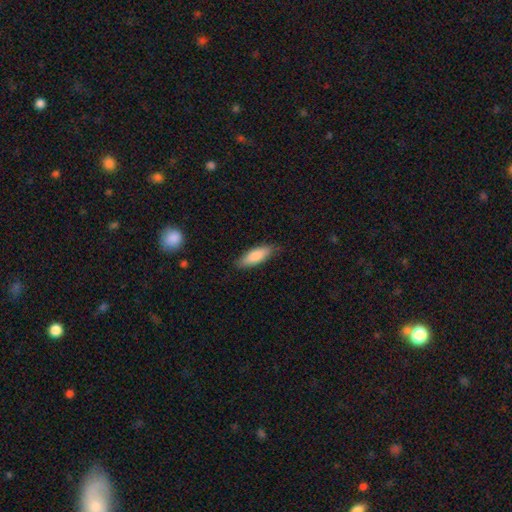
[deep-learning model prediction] Morphology: type=smooth (82%); roundness=in between (61%); merging=none (83%).